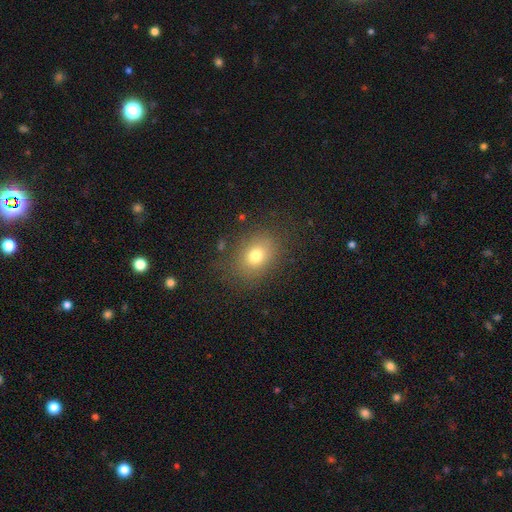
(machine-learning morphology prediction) Smooth or featured? Predicted: smooth (p=0.75). How rounded? Predicted: in between (p=0.56). Merging? Predicted: none (p=0.79).